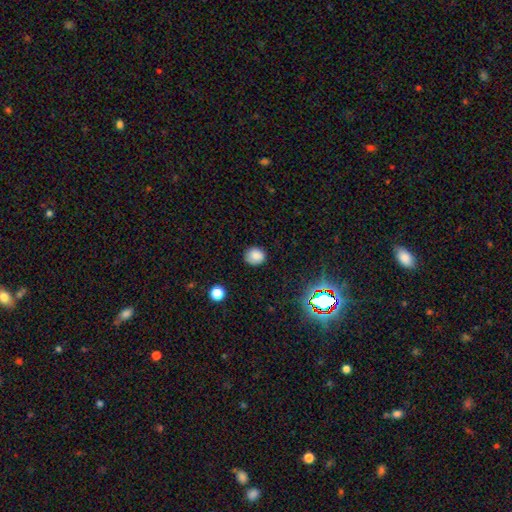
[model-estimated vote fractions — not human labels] smooth_or_featured: smooth (p=0.82) [alt: star or artifact p=0.12]
how_rounded: round (p=0.77) [alt: in between p=0.22]
merging: none (p=0.84) [alt: minor disturbance p=0.12]